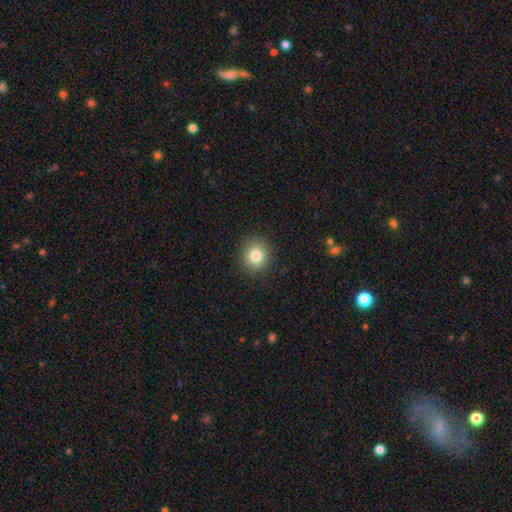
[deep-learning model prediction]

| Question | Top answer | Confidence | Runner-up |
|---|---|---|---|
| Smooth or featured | smooth | 81% | star or artifact (11%) |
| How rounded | round | 81% | in between (18%) |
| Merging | none | 89% | minor disturbance (8%) |